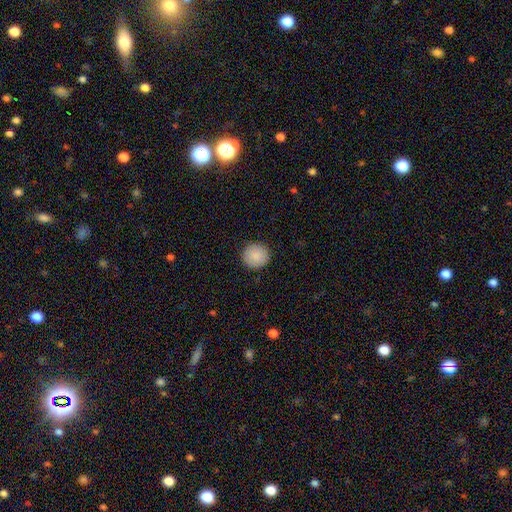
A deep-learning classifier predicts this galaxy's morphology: Smooth or featured: smooth — 89% (star or artifact — 7%)
How rounded: round — 93% (in between — 6%)
Merging: none — 92% (minor disturbance — 6%)